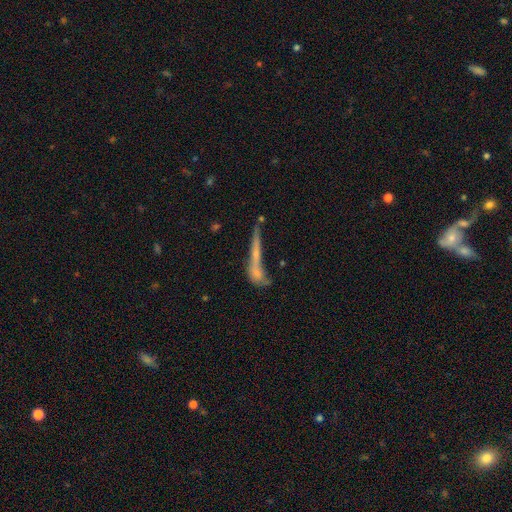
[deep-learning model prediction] featured or disk 47%, smooth 41%, star or artifact 12%. Down the decision tree: merging — none (42%).